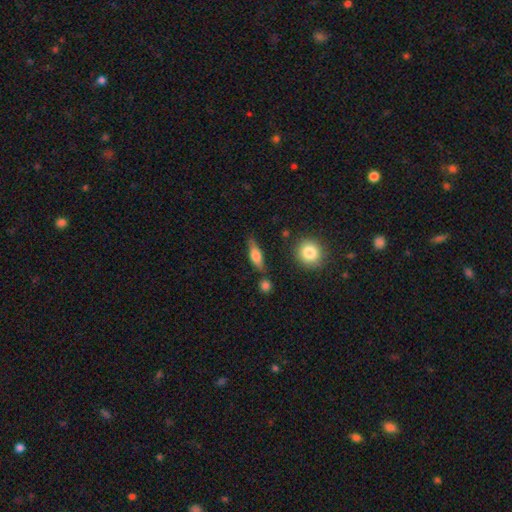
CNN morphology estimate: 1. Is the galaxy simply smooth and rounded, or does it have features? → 55% smooth, 37% featured or disk, 8% star or artifact.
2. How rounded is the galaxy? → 49% in between, 45% cigar-shaped, 6% round.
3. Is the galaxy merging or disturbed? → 74% none, 15% minor disturbance, 6% merger, 4% major disturbance.